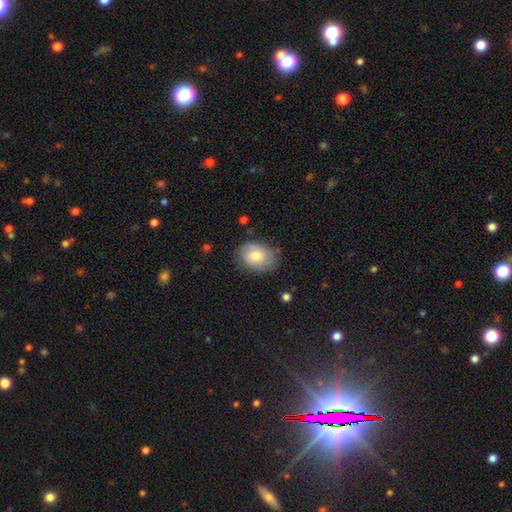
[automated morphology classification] Smooth or featured? Predicted: smooth (p=0.67). How rounded? Predicted: in between (p=0.68). Merging? Predicted: none (p=0.74).